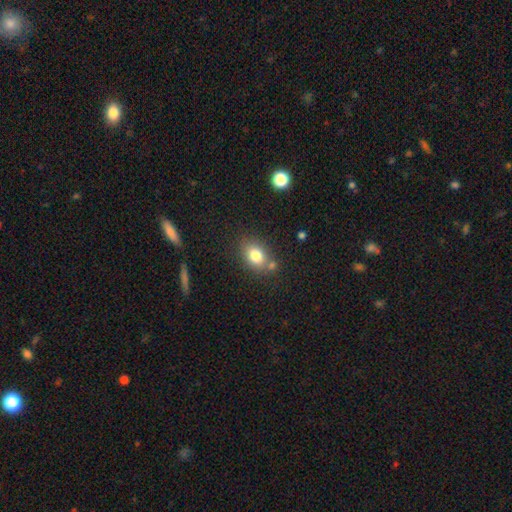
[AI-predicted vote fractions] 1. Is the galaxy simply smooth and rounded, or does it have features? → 79% smooth, 11% star or artifact, 10% featured or disk.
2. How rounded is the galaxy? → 63% in between, 35% round, 1% cigar-shaped.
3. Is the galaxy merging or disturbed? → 67% none, 15% merger, 14% minor disturbance, 4% major disturbance.